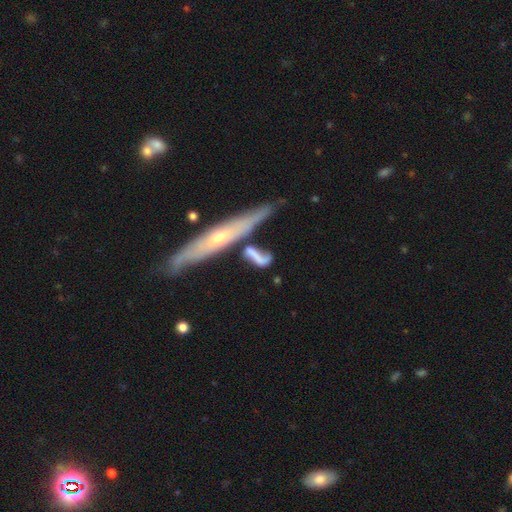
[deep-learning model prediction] Smooth or featured: smooth — 49% (featured or disk — 43%)
Merging: none — 41% (merger — 24%)